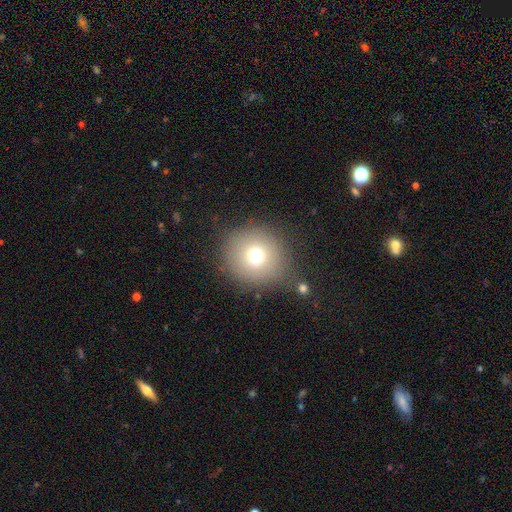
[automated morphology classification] A smooth galaxy with no disk features (71%) that is round (91%).

Vote fractions:
- Smooth or featured? smooth: 71% / star or artifact: 16% / featured or disk: 13%
- How rounded? round: 91% / in between: 8% / cigar-shaped: 1%
- Merging? none: 80% / minor disturbance: 11% / major disturbance: 5% / merger: 4%